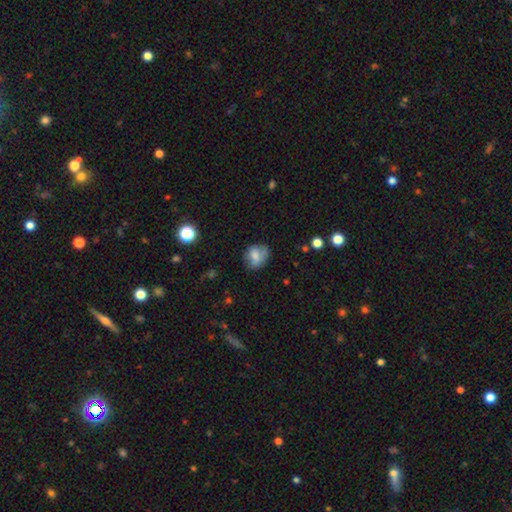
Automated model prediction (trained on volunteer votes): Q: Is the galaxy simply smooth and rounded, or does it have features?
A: smooth — 72%.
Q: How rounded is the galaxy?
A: round — 53%.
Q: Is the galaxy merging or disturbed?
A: none — 61%.